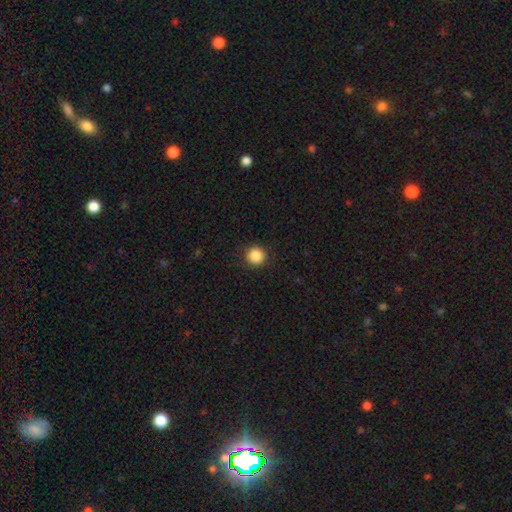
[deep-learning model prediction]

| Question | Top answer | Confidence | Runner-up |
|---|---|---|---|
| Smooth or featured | smooth | 87% | star or artifact (10%) |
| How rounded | round | 95% | in between (4%) |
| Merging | none | 91% | minor disturbance (6%) |